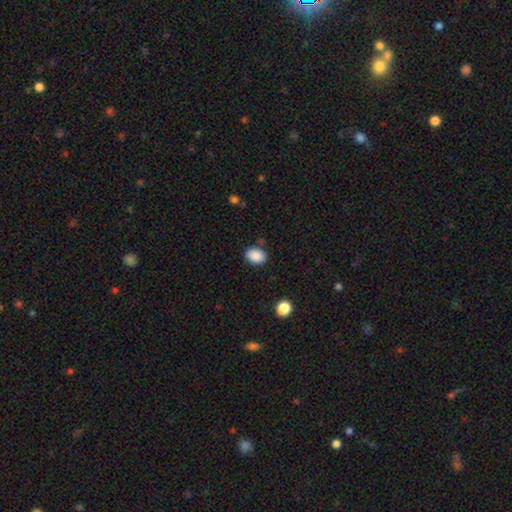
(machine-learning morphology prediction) Q: Smooth or featured?
A: smooth (88%); runner-up: star or artifact (8%)
Q: How rounded?
A: in between (73%); runner-up: round (26%)
Q: Merging?
A: none (83%); runner-up: minor disturbance (12%)